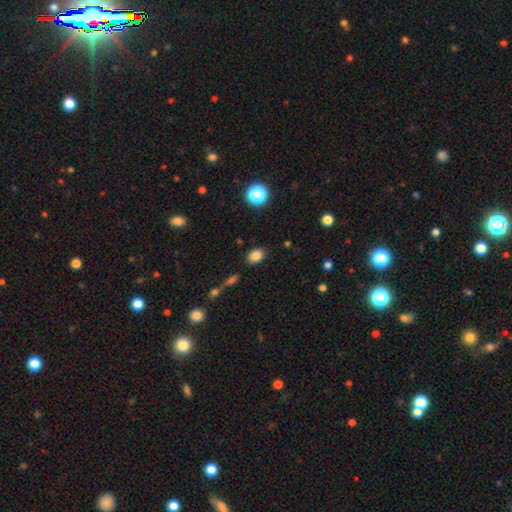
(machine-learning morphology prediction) Q: Smooth or featured?
A: smooth (83%); runner-up: star or artifact (11%)
Q: How rounded?
A: in between (73%); runner-up: round (26%)
Q: Merging?
A: none (85%); runner-up: minor disturbance (9%)